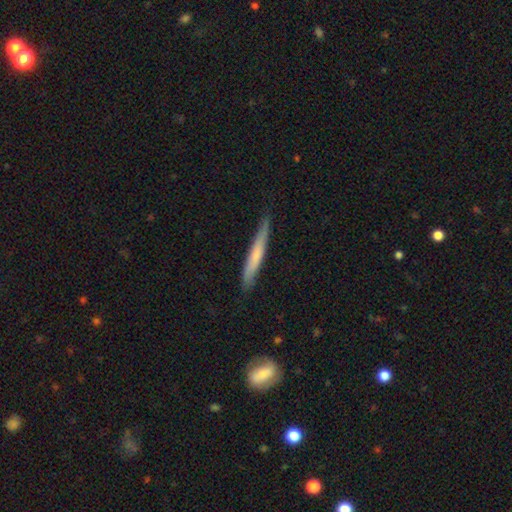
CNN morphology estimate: A smooth galaxy with no disk features (60%) that is cigar-shaped (96%). Merging: none (82%).